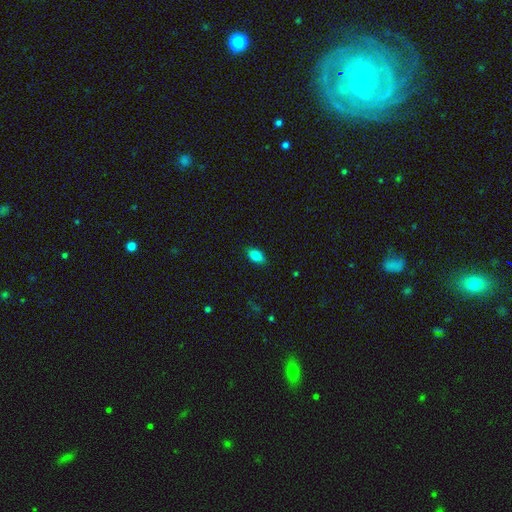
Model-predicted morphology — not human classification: A smooth galaxy with no disk features (84%) that is in between round and cigar-shaped (89%).

Vote fractions:
- Smooth or featured? smooth: 84% / star or artifact: 9% / featured or disk: 7%
- How rounded? in between: 89% / round: 7% / cigar-shaped: 4%
- Merging? none: 87% / minor disturbance: 9% / major disturbance: 2% / merger: 1%